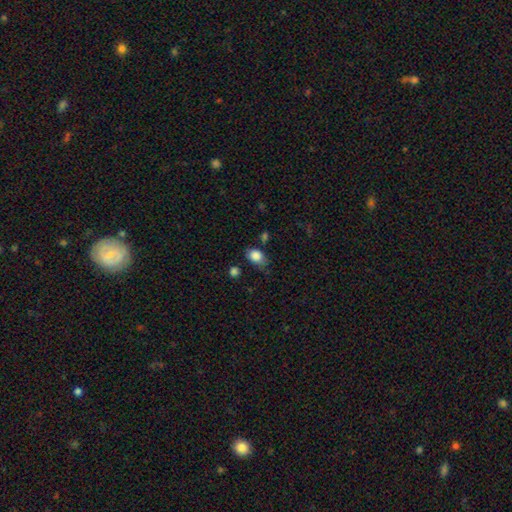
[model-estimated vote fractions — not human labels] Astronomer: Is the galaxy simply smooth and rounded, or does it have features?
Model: smooth — 86%.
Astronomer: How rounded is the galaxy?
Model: in between — 66%.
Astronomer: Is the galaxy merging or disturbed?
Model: none — 63%.